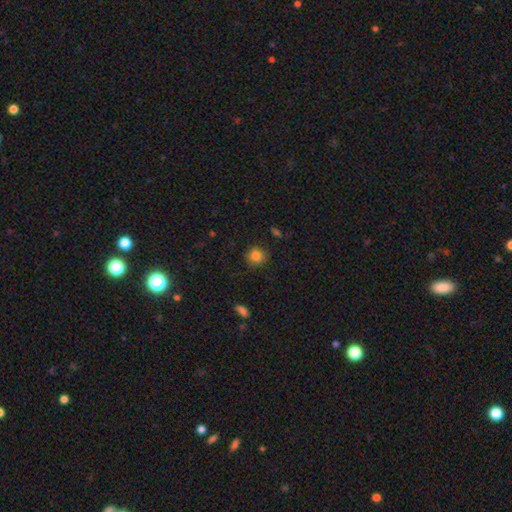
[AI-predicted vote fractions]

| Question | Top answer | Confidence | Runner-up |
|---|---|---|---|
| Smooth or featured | smooth | 84% | star or artifact (10%) |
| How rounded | round | 88% | in between (11%) |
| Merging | none | 82% | minor disturbance (13%) |